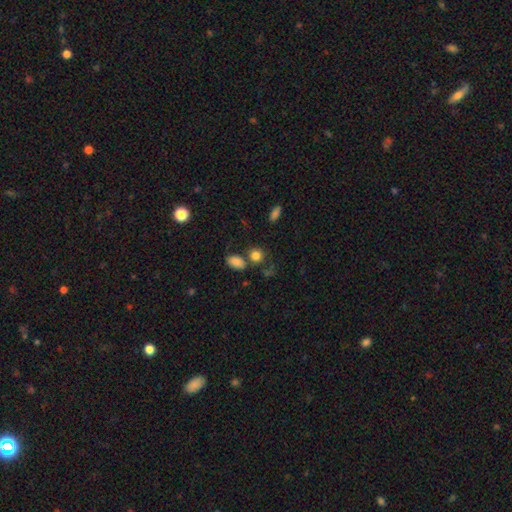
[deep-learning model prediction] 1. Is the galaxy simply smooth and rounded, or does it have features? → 84% smooth, 11% star or artifact, 6% featured or disk.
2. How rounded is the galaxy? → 67% round, 31% in between, 2% cigar-shaped.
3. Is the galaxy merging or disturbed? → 64% none, 19% merger, 13% minor disturbance, 5% major disturbance.